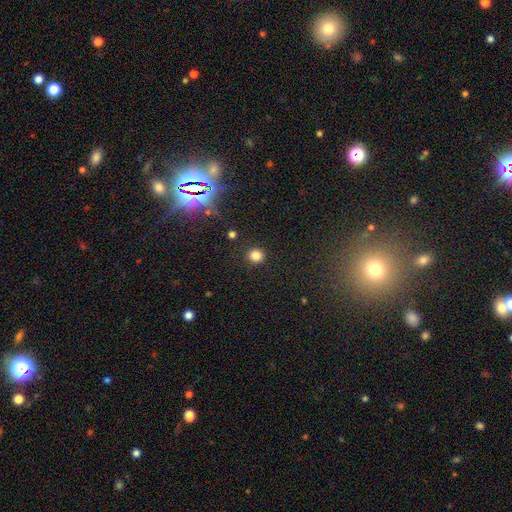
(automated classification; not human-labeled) smooth-or-featured: smooth: 82% | star or artifact: 14% | featured or disk: 4%
  how-rounded: round: 92% | in between: 8% | cigar-shaped: 1%
  merging: none: 90% | minor disturbance: 6% | major disturbance: 2% | merger: 2%